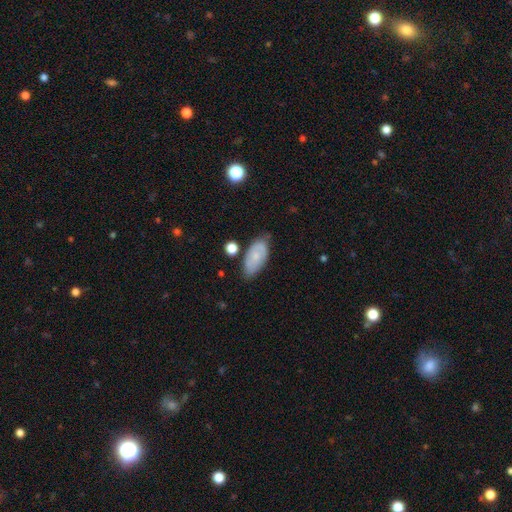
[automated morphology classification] A smooth galaxy with no disk features (64%) that is in between round and cigar-shaped (92%).

Vote fractions:
- Smooth or featured? smooth: 64% / featured or disk: 29% / star or artifact: 7%
- How rounded? in between: 92% / cigar-shaped: 4% / round: 4%
- Merging? none: 68% / minor disturbance: 23% / major disturbance: 5% / merger: 4%